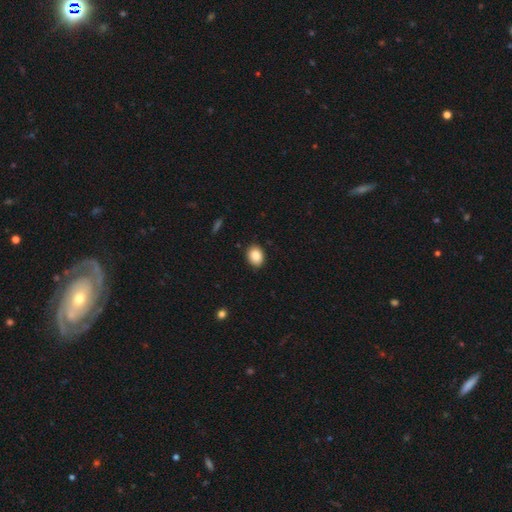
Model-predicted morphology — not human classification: The model was most divided on "how rounded": in between: 59%, round: 40%, cigar-shaped: 1%. More confident: smooth or featured — smooth (88%); merging — none (88%).